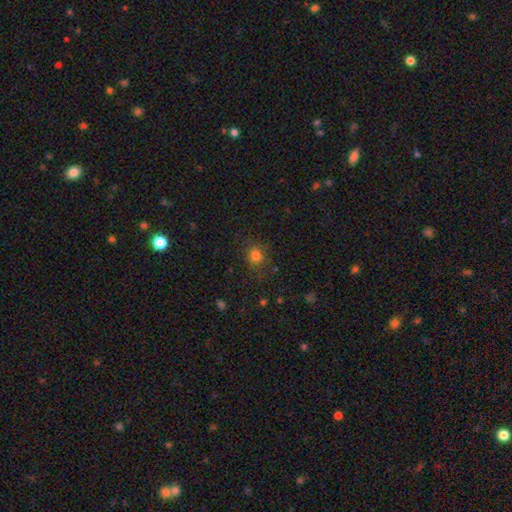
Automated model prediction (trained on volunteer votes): Smooth or featured? Predicted: smooth (p=0.79). How rounded? Predicted: round (p=0.82). Merging? Predicted: none (p=0.83).